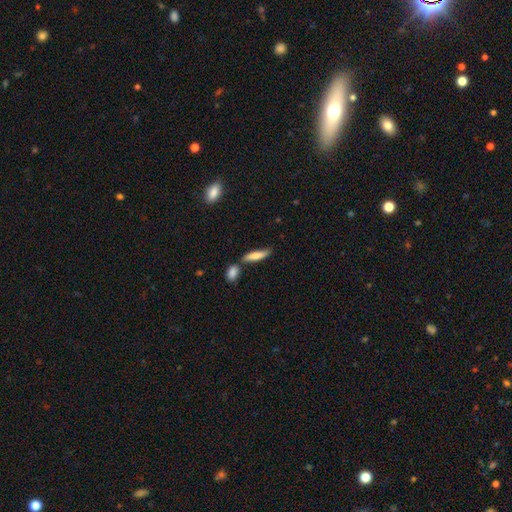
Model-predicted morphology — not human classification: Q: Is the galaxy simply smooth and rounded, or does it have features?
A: smooth — 75%.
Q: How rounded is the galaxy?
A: cigar-shaped — 72%.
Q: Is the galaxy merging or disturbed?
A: none — 65%.